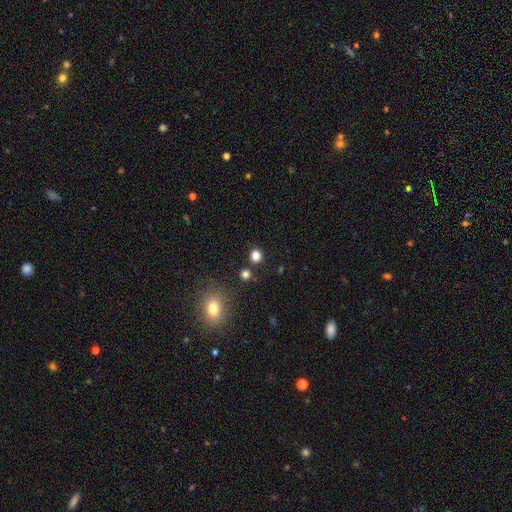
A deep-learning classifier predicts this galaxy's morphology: This is clearly a smooth galaxy (81%). How rounded: clearly round (80%). Merging: clearly none (84%).